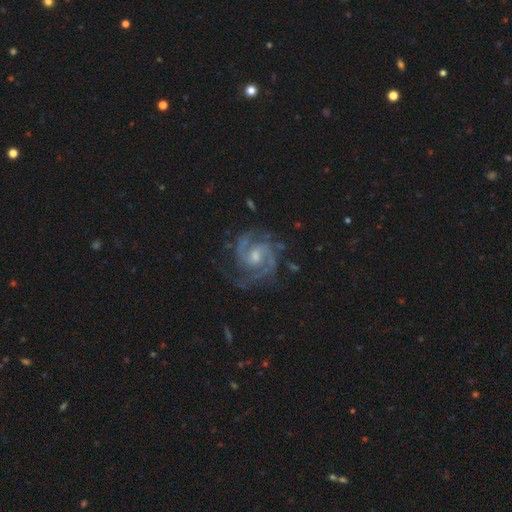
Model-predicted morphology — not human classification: A featured or disk galaxy (93%) with a weak bar (48%), 2 (72%) medium (50%) spiral arms (99%) and a moderate central bulge (52%).

Vote fractions:
- Smooth or featured? featured or disk: 93% / star or artifact: 4% / smooth: 3%
- Edge-on disk? no: 98% / yes: 2%
- Bar? weak: 48% / no: 42% / strong: 10%
- Spiral arms? yes: 99% / no: 1%
- Spiral winding? medium: 50% / tight: 43% / loose: 7%
- Spiral arm count? 2: 72% / 3: 15% / can't tell: 5% / 4: 3% / 1: 2% / more than 4: 2%
- Bulge size? moderate: 52% / small: 39% / none: 5% / large: 3% / dominant: 1%
- Merging? none: 74% / minor disturbance: 17% / major disturbance: 7% / merger: 1%